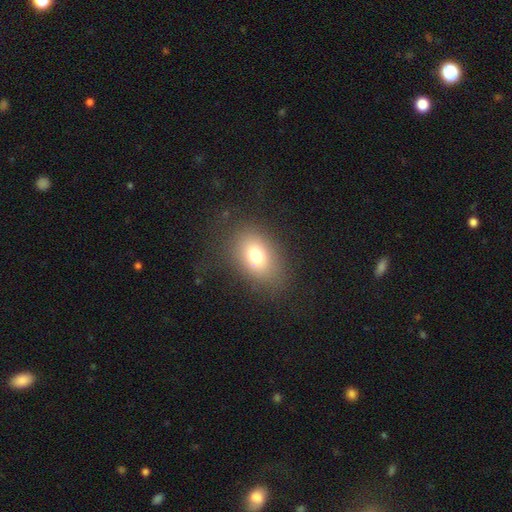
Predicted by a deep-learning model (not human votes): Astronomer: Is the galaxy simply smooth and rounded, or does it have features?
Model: smooth — 74%.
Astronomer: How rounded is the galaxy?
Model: in between — 75%.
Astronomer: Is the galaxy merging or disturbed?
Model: none — 79%.